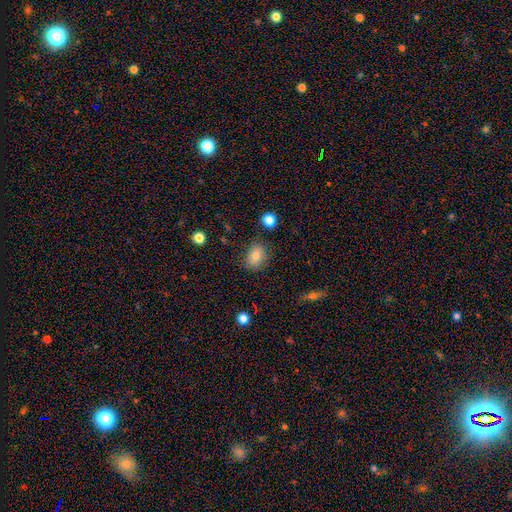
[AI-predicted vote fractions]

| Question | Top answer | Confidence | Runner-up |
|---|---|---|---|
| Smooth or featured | smooth | 80% | star or artifact (10%) |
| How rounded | in between | 56% | round (43%) |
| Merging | none | 79% | minor disturbance (15%) |